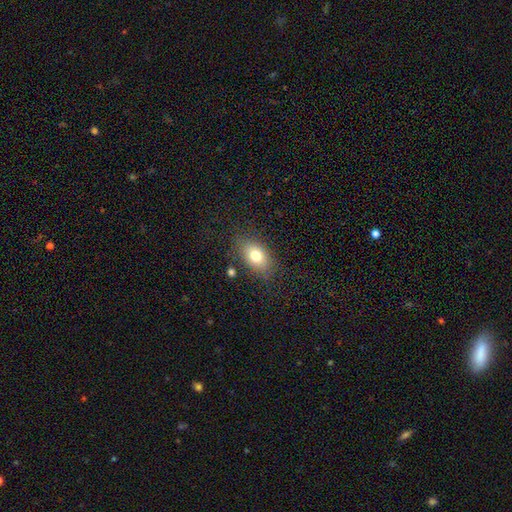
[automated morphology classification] A smooth galaxy with no disk features (76%) that is in between round and cigar-shaped (84%).

Vote fractions:
- Smooth or featured? smooth: 76% / featured or disk: 14% / star or artifact: 10%
- How rounded? in between: 84% / round: 14% / cigar-shaped: 2%
- Merging? none: 80% / minor disturbance: 13% / major disturbance: 4% / merger: 3%